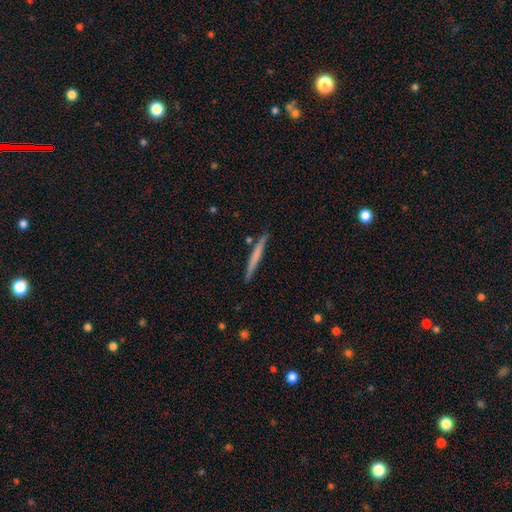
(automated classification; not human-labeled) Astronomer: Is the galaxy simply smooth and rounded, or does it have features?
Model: smooth — 56% (runner-up: featured or disk, 39%).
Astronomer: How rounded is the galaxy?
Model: cigar-shaped — 97%.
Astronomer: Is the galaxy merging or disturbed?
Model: none — 89%.